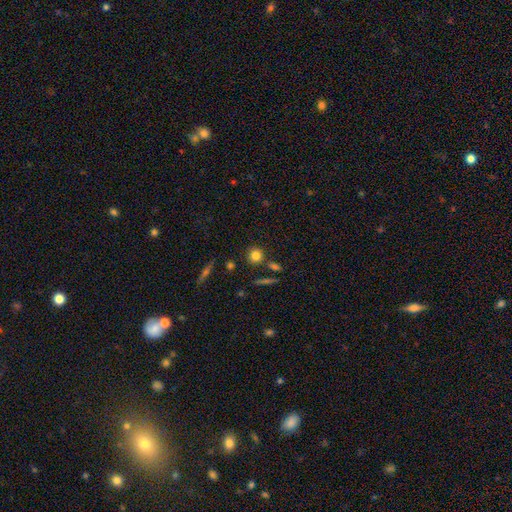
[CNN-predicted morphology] A smooth galaxy with no disk features (81%) that is round (89%).

Vote fractions:
- Smooth or featured? smooth: 81% / star or artifact: 11% / featured or disk: 8%
- How rounded? round: 89% / in between: 9% / cigar-shaped: 2%
- Merging? none: 81% / minor disturbance: 8% / merger: 8% / major disturbance: 3%